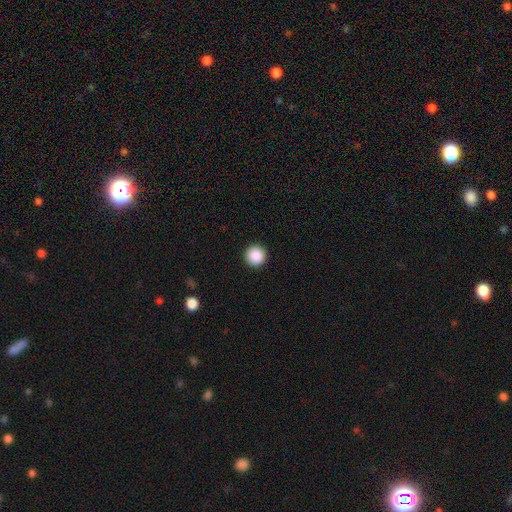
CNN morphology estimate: smooth_or_featured: smooth (p=0.89) [alt: star or artifact p=0.08]
how_rounded: round (p=0.97) [alt: in between p=0.02]
merging: none (p=0.94) [alt: minor disturbance p=0.04]